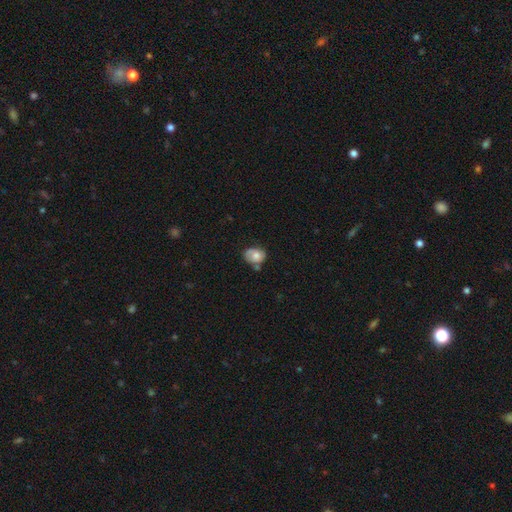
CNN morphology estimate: Smooth or featured?
  - smooth: 60% *
  - featured or disk: 32%
  - star or artifact: 8%
How rounded?
  - in between: 57% *
  - round: 42%
  - cigar-shaped: 1%
Merging?
  - none: 46% *
  - minor disturbance: 30%
  - merger: 14%
  - major disturbance: 10%